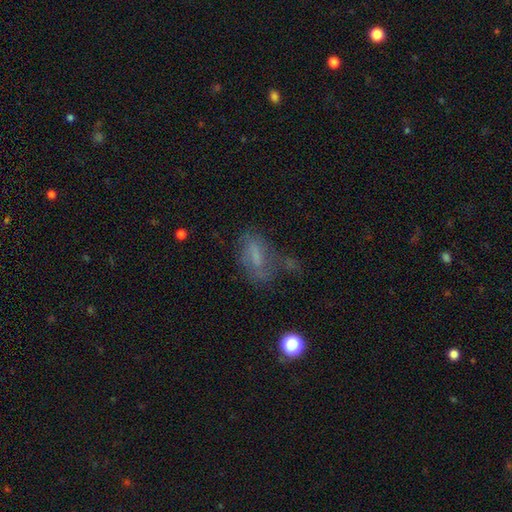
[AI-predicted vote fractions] A smooth galaxy with no disk features (48%). Merging: none (42%).